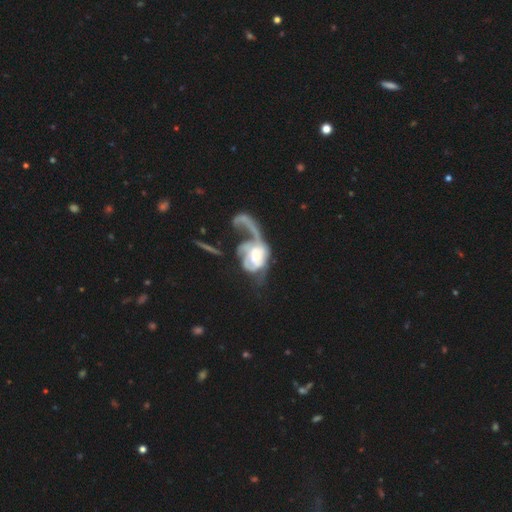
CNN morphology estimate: A featured or disk galaxy (70%) with no bar (73%), spiral arms (63%) and a moderate central bulge (58%). Merging: major disturbance (60%).